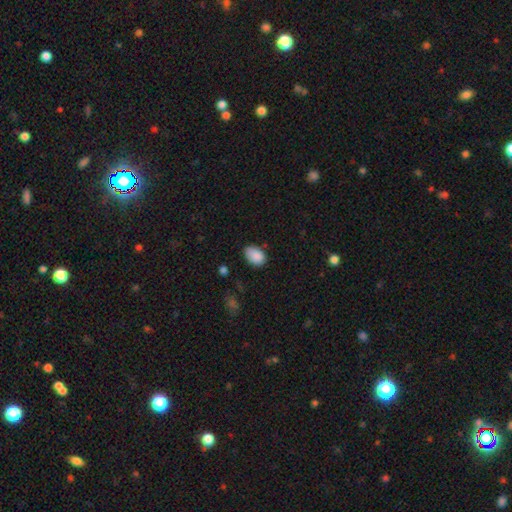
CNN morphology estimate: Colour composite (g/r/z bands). It shows a smooth galaxy with no disk features (88%) that is in between round and cigar-shaped (85%). Merging: none (70%).